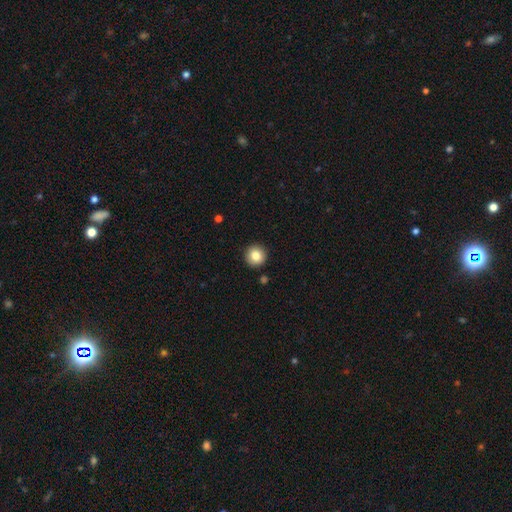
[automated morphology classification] This is clearly a smooth galaxy (83%). How rounded: clearly round (95%). Merging: clearly none (92%).